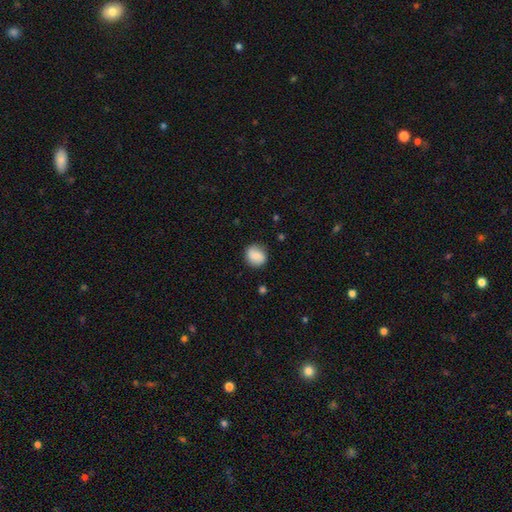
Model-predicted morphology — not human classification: type=smooth (80%); roundness=round (78%); merging=none (78%).